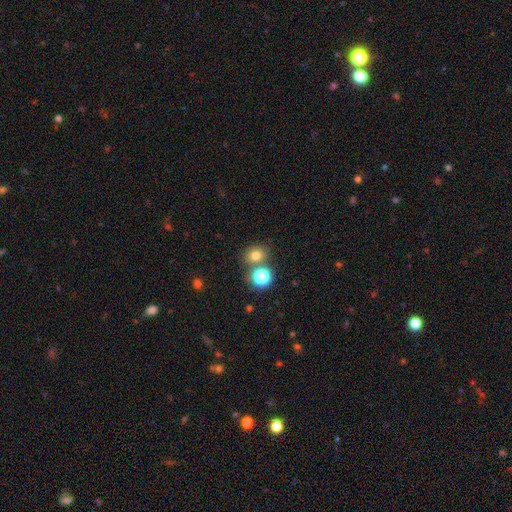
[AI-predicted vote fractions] Smooth or featured: smooth — 73% (star or artifact — 20%)
How rounded: round — 73% (in between — 26%)
Merging: none — 71% (merger — 17%)